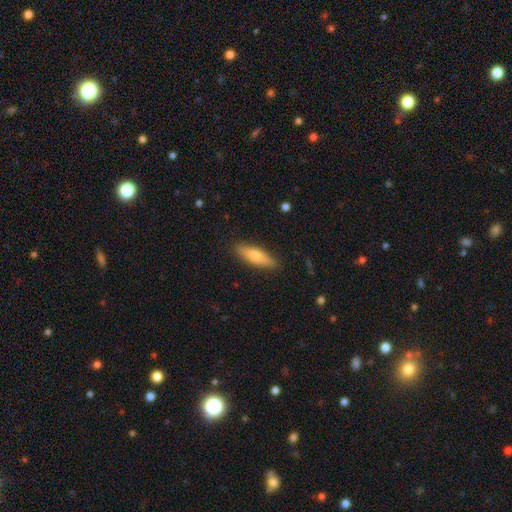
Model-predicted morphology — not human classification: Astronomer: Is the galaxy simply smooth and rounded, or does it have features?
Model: smooth — 73%.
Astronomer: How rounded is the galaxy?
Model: cigar-shaped — 57% (runner-up: in between, 41%).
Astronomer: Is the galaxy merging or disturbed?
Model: none — 87%.